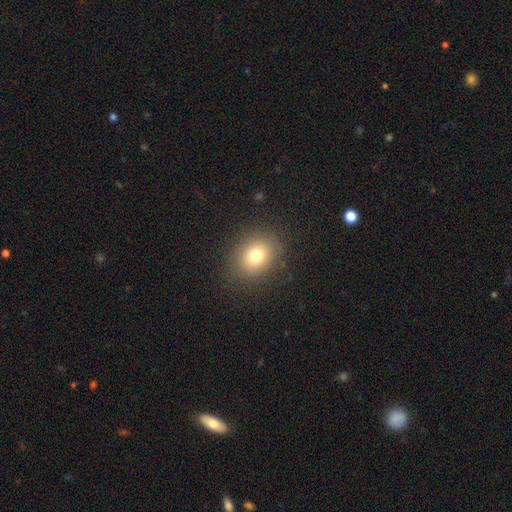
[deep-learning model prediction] This is likely a smooth galaxy (77%). How rounded: possibly round (56%). Merging: clearly none (86%).